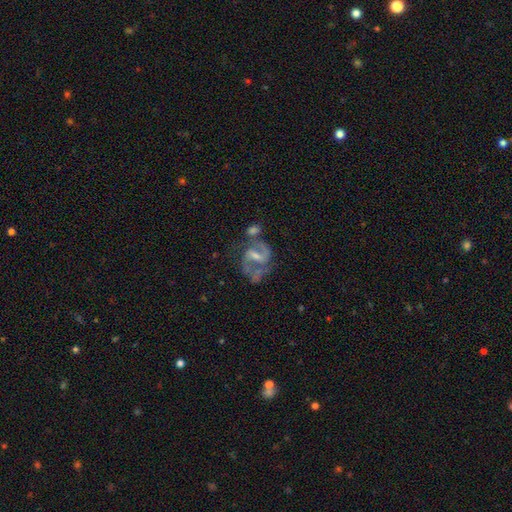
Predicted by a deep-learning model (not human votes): Morphology: type=featured or disk (85%); edge-on=no (97%); bar=weak (51%); spiral arms=yes (93%); winding=medium (53%); arm count=2 (85%); bulge=small (49%); merging=none (42%).